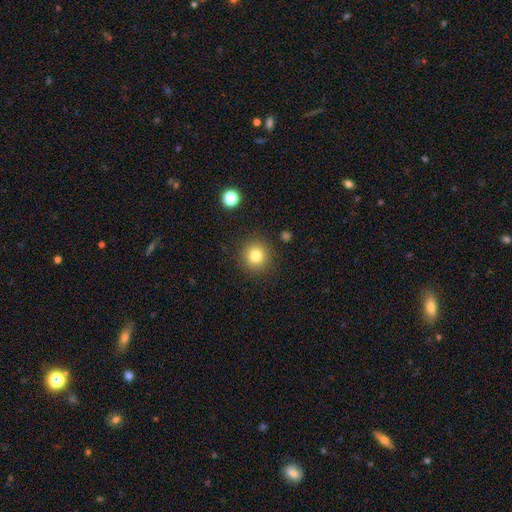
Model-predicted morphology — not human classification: A smooth galaxy with no disk features (81%) that is round (93%). Merging: none (89%).